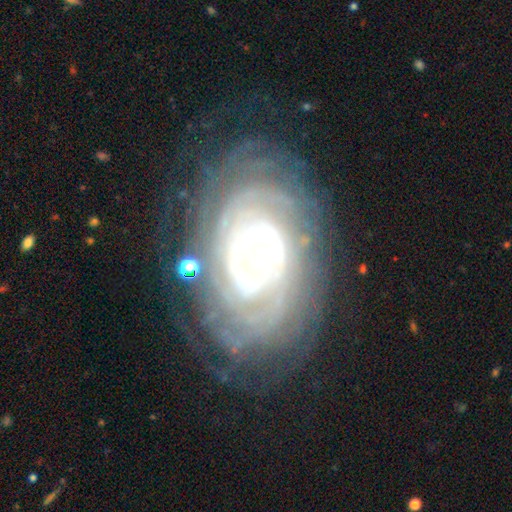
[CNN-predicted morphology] Smooth or featured? Predicted: featured or disk (p=0.88). Edge-on disk? Predicted: no (p=0.95). Bar? Predicted: no (p=0.69). Spiral arms? Predicted: yes (p=0.96). Spiral winding? Predicted: tight (p=0.83). Spiral arm count? Predicted: can't tell (p=0.34). Bulge size? Predicted: moderate (p=0.60). Merging? Predicted: none (p=0.76).